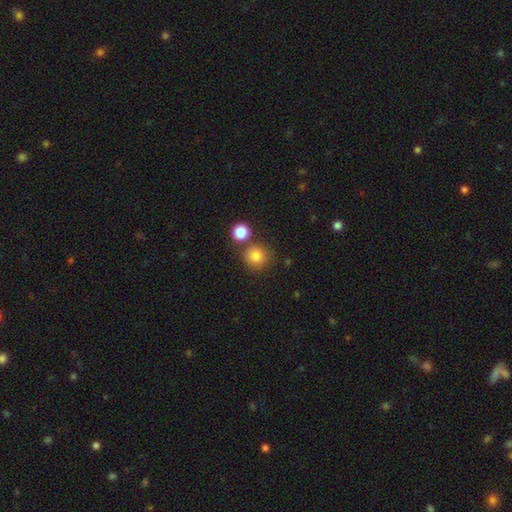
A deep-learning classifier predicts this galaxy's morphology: type=smooth (83%); roundness=round (91%); merging=none (74%).